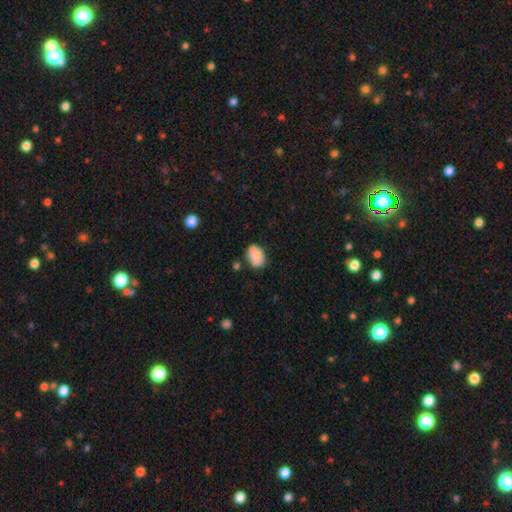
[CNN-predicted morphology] Overall: smooth (78%). How rounded: in between (75%). Merging: none (60%; minor disturbance 22%).